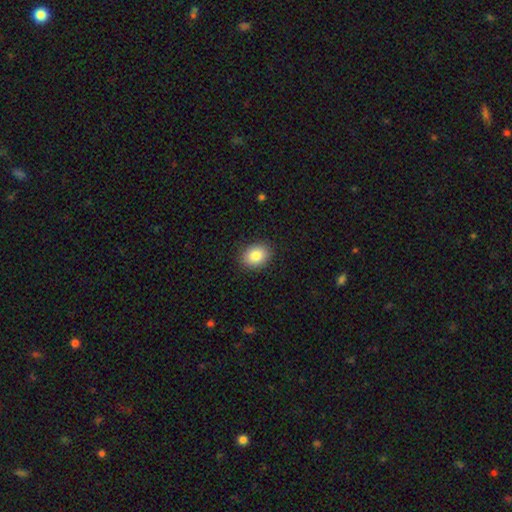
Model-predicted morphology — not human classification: Smooth or featured? smooth (85%)
How rounded? in between (63%)
Merging? none (89%)